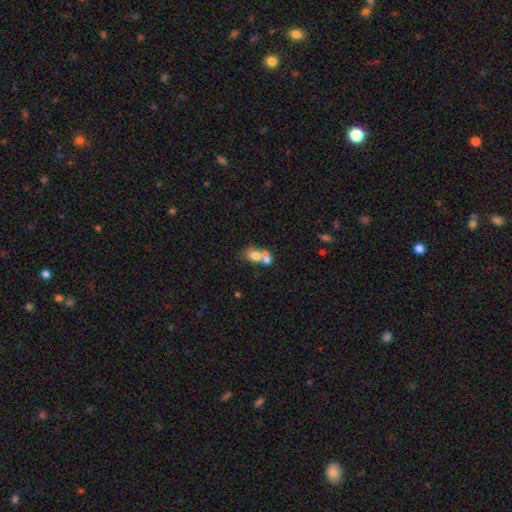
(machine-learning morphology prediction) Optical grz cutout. It shows a smooth galaxy with no disk features (68%) that is in between round and cigar-shaped (58%). Merging: merger (64%).